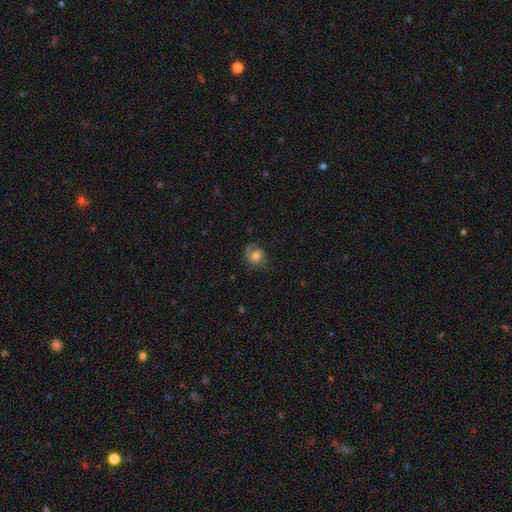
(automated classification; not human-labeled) Q: Smooth or featured?
A: featured or disk (55%); runner-up: smooth (35%)
Q: Edge-on disk?
A: no (97%); runner-up: yes (3%)
Q: Bar?
A: no (71%); runner-up: weak (24%)
Q: Spiral arms?
A: yes (89%); runner-up: no (11%)
Q: Bulge size?
A: moderate (65%); runner-up: large (16%)
Q: Merging?
A: none (72%); runner-up: minor disturbance (18%)